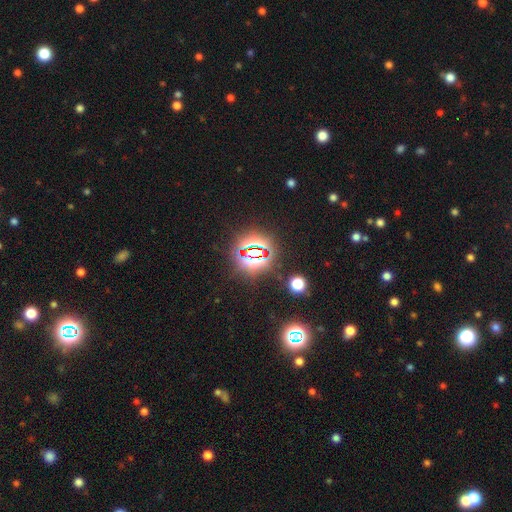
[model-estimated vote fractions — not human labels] Smooth or featured? star or artifact (76%)